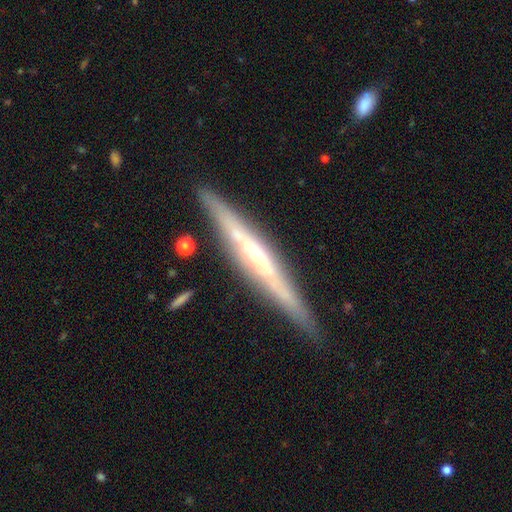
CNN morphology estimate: Q: Smooth or featured?
A: featured or disk (79%); runner-up: smooth (16%)
Q: Edge-on disk?
A: yes (96%); runner-up: no (4%)
Q: Edge-on bulge?
A: rounded (66%); runner-up: none (25%)
Q: Merging?
A: none (87%); runner-up: minor disturbance (9%)